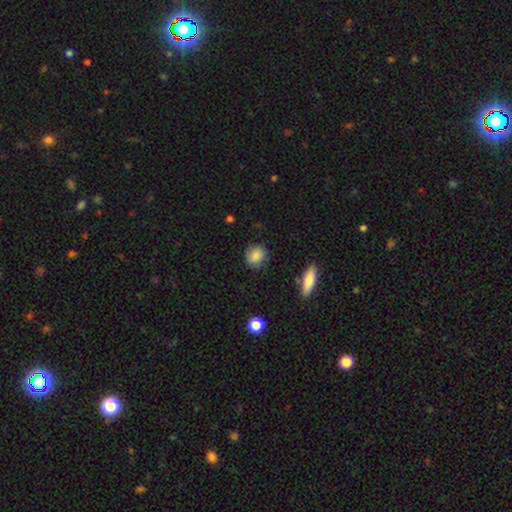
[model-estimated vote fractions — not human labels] Smooth or featured: smooth — 86% (star or artifact — 8%)
How rounded: round — 77% (in between — 21%)
Merging: none — 84% (minor disturbance — 11%)